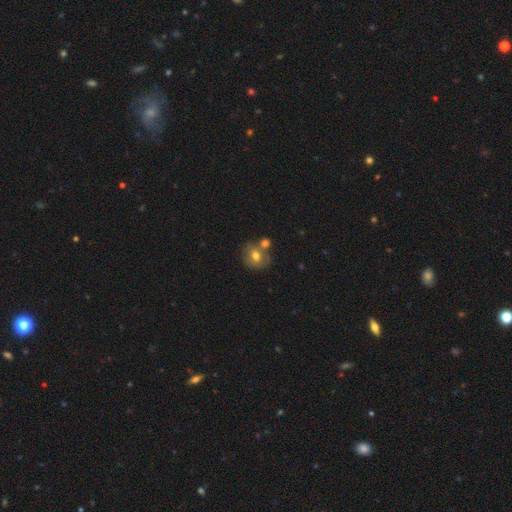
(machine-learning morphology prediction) smooth 67%, featured or disk 23%, star or artifact 9%. Down the decision tree: how rounded — round (69%); merging — none (49%).